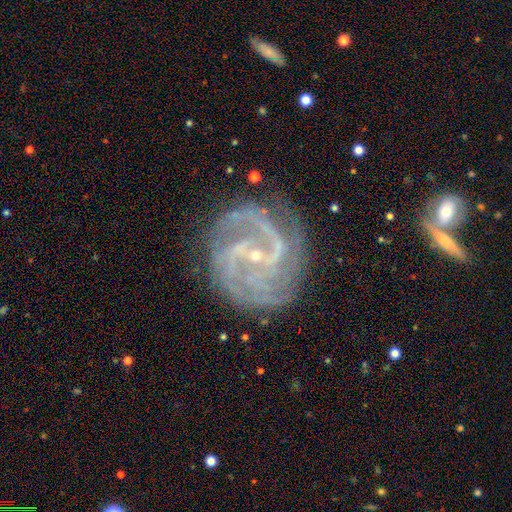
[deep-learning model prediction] Q: Smooth or featured?
A: featured or disk (90%); runner-up: star or artifact (6%)
Q: Edge-on disk?
A: no (98%); runner-up: yes (2%)
Q: Bar?
A: weak (41%); runner-up: no (33%)
Q: Spiral arms?
A: yes (98%); runner-up: no (2%)
Q: Spiral winding?
A: tight (46%); runner-up: medium (44%)
Q: Spiral arm count?
A: 2 (34%); runner-up: 3 (22%)
Q: Bulge size?
A: small (86%); runner-up: moderate (9%)
Q: Merging?
A: none (75%); runner-up: minor disturbance (16%)